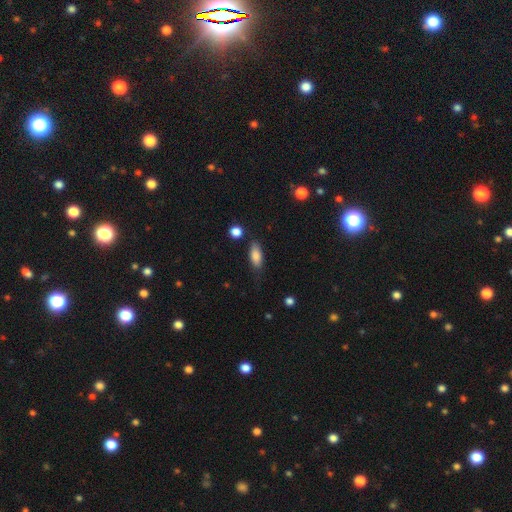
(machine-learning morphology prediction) A smooth galaxy with no disk features (83%) that is in between round and cigar-shaped (78%).

Vote fractions:
- Smooth or featured? smooth: 83% / featured or disk: 10% / star or artifact: 7%
- How rounded? in between: 78% / cigar-shaped: 19% / round: 3%
- Merging? none: 75% / minor disturbance: 18% / major disturbance: 4% / merger: 3%